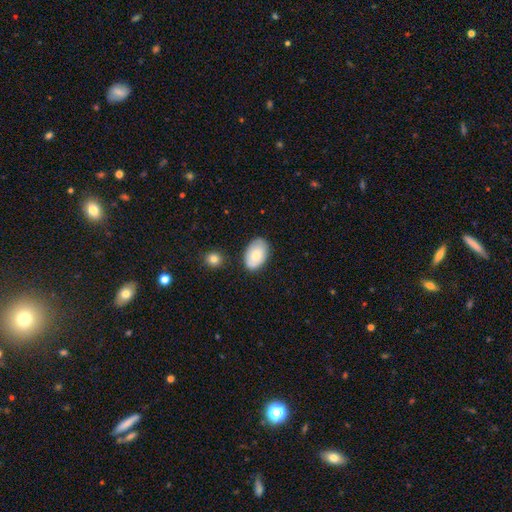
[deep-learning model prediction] Overall: smooth (74%). How rounded: in between (91%). Merging: none (77%).